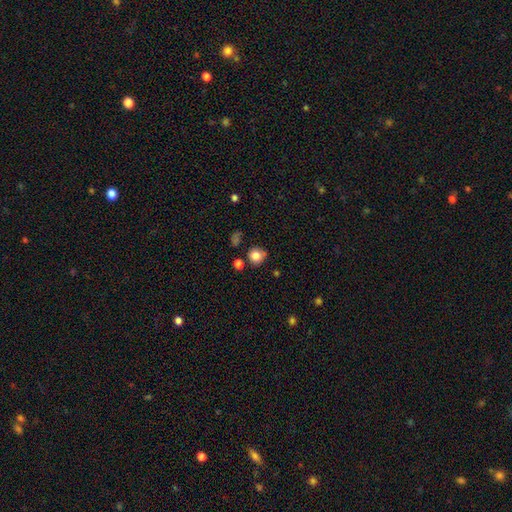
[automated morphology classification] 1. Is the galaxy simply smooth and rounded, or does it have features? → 81% smooth, 11% star or artifact, 7% featured or disk.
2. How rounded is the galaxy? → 88% round, 11% in between, 1% cigar-shaped.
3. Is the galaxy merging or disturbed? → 76% none, 14% minor disturbance, 6% merger, 4% major disturbance.